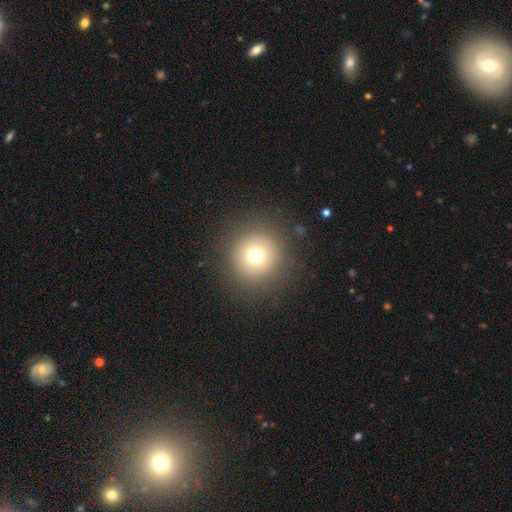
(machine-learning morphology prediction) smooth_or_featured: smooth (p=0.72) [alt: star or artifact p=0.17]
how_rounded: round (p=0.96) [alt: in between p=0.03]
merging: none (p=0.89) [alt: minor disturbance p=0.06]